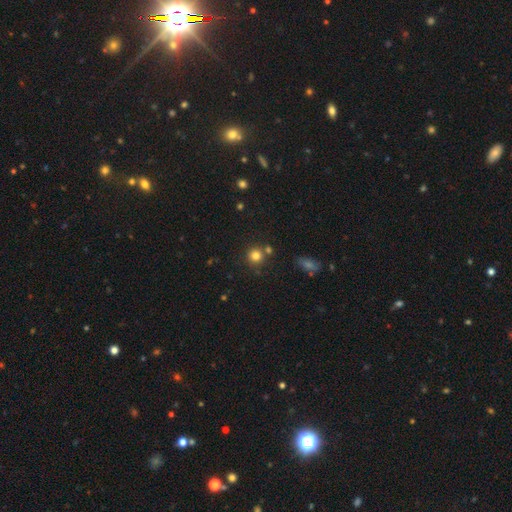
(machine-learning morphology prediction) A smooth galaxy with no disk features (80%) that is round (92%). Merging: none (75%).